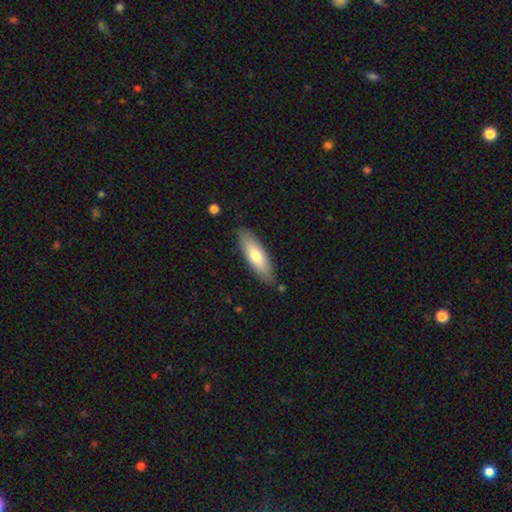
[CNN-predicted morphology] Smooth or featured? Predicted: smooth (p=0.70). How rounded? Predicted: in between (p=0.51). Merging? Predicted: none (p=0.85).